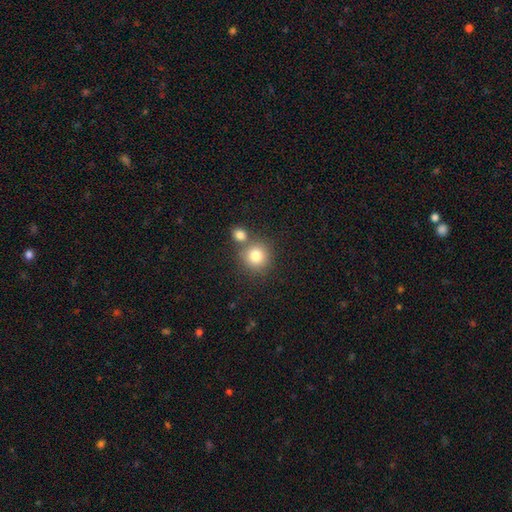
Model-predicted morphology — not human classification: Overall: smooth (80%). How rounded: round (91%). Merging: none (62%; merger 27%).